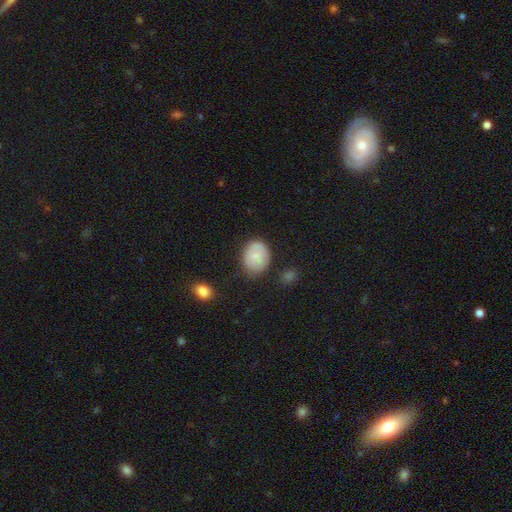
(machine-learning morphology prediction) Smooth or featured?
  - smooth: 77% *
  - featured or disk: 16%
  - star or artifact: 7%
How rounded?
  - in between: 51% *
  - round: 48%
  - cigar-shaped: 1%
Merging?
  - none: 69% *
  - minor disturbance: 22%
  - major disturbance: 5%
  - merger: 3%